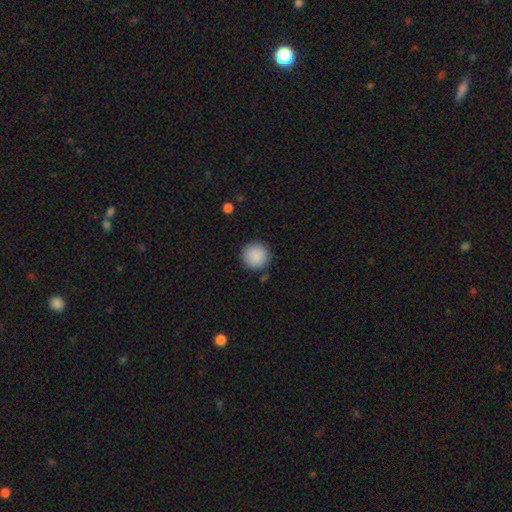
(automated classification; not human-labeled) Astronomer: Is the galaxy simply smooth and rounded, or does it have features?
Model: smooth — 89%.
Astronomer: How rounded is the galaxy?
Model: round — 95%.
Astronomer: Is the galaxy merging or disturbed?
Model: none — 90%.